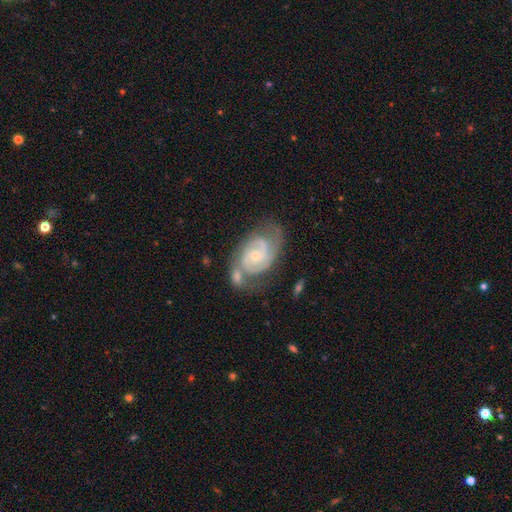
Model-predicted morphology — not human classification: smooth-or-featured: featured or disk: 86% | smooth: 9% | star or artifact: 5%
  disk-edge-on: no: 97% | yes: 3%
    bar: no: 66% | weak: 29% | strong: 5%
    has-spiral-arms: yes: 96% | no: 4%
      spiral-winding: tight: 51% | medium: 40% | loose: 9%
      spiral-arm-count: 2: 74% | can't tell: 11% | 3: 9% | 1: 3% | 4: 2% | more than 4: 2%
    bulge-size: small: 65% | moderate: 31% | none: 2% | large: 1% | dominant: 1%
  merging: none: 51% | minor disturbance: 21% | merger: 18% | major disturbance: 11%